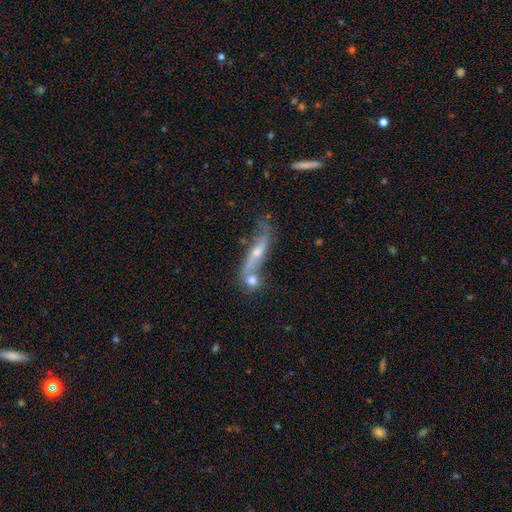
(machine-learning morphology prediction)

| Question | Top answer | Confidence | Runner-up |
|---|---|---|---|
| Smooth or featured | featured or disk | 67% | smooth (24%) |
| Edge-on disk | yes | 50% | tied: no (50%) |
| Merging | none | 43% | merger (30%) |